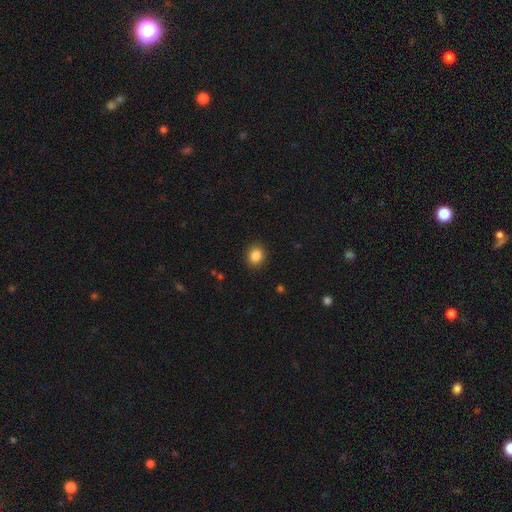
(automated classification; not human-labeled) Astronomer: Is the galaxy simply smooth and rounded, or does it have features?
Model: smooth — 86%.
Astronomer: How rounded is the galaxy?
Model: round — 71%.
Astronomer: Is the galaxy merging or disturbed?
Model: none — 90%.